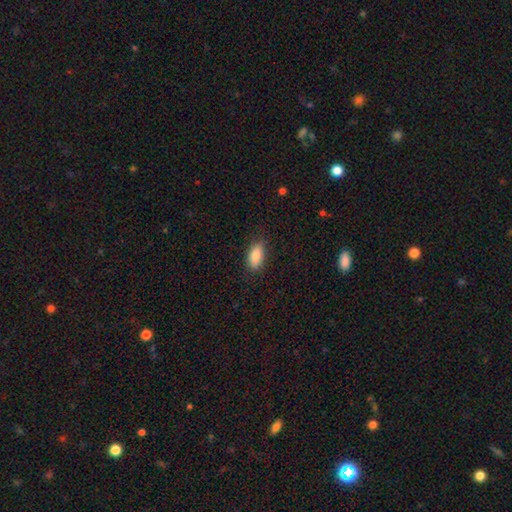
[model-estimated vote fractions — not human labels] A smooth galaxy with no disk features (86%) that is in between round and cigar-shaped (87%). Merging: none (83%).